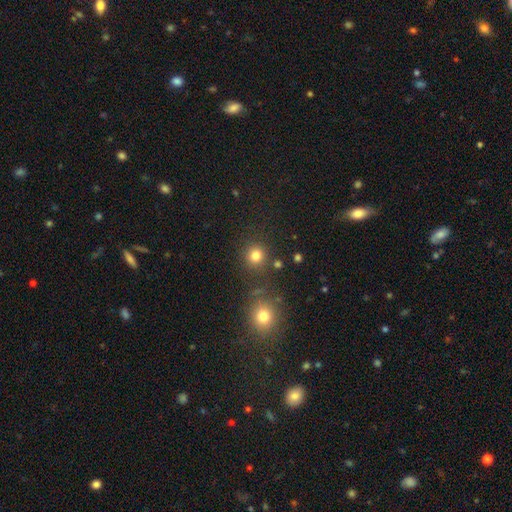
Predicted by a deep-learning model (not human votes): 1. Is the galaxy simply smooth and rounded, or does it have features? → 80% smooth, 14% star or artifact, 5% featured or disk.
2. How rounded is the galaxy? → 92% round, 8% in between, 1% cigar-shaped.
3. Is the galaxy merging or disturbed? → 84% none, 7% minor disturbance, 6% merger, 3% major disturbance.